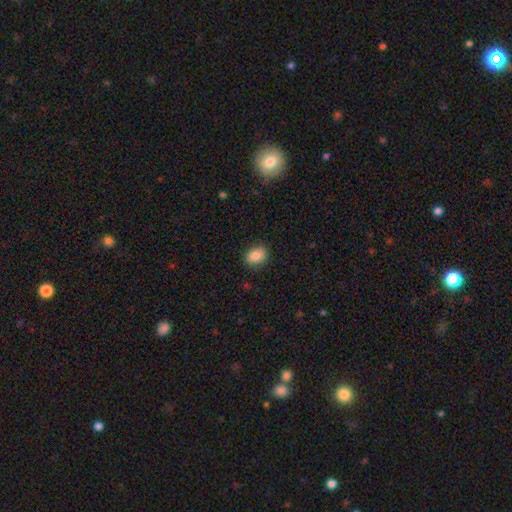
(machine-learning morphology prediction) Q: Smooth or featured?
A: smooth (85%); runner-up: star or artifact (8%)
Q: How rounded?
A: in between (69%); runner-up: round (30%)
Q: Merging?
A: none (87%); runner-up: minor disturbance (10%)